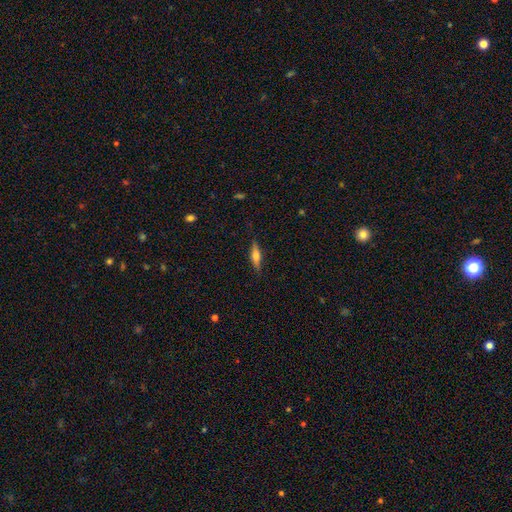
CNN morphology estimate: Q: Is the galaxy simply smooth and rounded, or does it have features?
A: featured or disk — 48%.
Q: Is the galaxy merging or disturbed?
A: none — 86%.